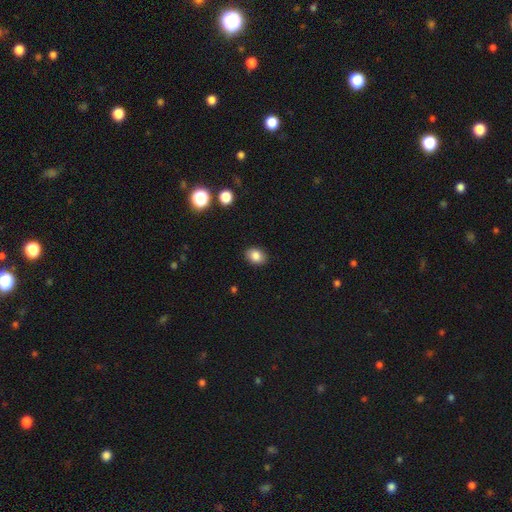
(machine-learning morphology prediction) Q: Smooth or featured?
A: smooth (84%); runner-up: star or artifact (10%)
Q: How rounded?
A: in between (65%); runner-up: round (34%)
Q: Merging?
A: none (89%); runner-up: minor disturbance (8%)